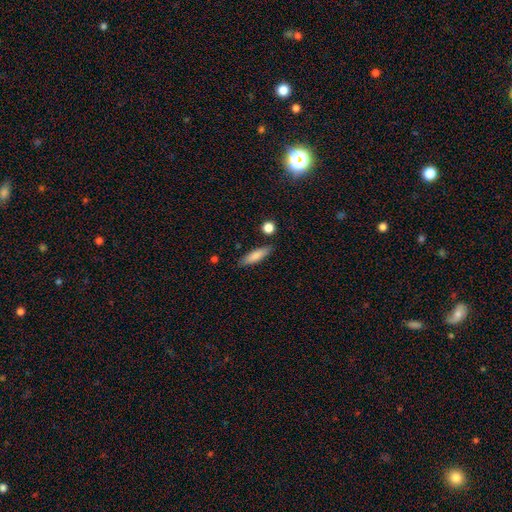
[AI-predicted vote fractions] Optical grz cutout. It shows a smooth galaxy with no disk features (79%) that is cigar-shaped (64%). Merging: none (83%).